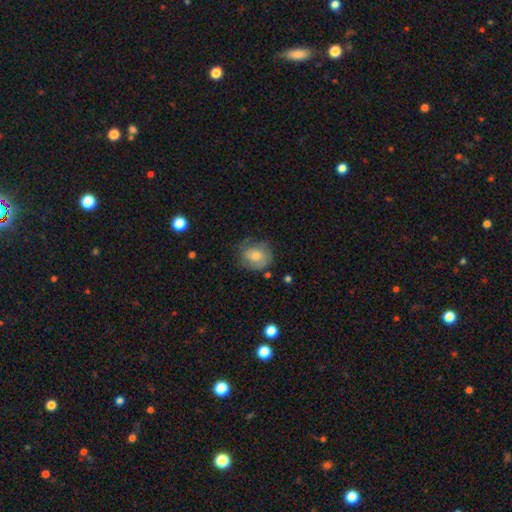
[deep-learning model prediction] Overall: smooth (56%; featured or disk 35%). How rounded: round (69%; in between 30%). Merging: none (66%).